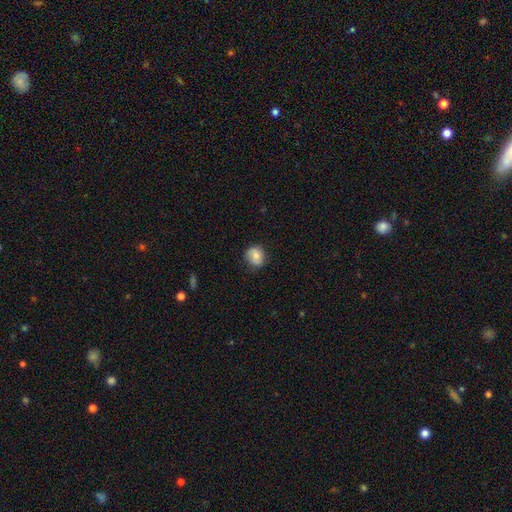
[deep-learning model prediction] Smooth or featured? Predicted: smooth (p=0.75). How rounded? Predicted: round (p=0.73). Merging? Predicted: none (p=0.78).